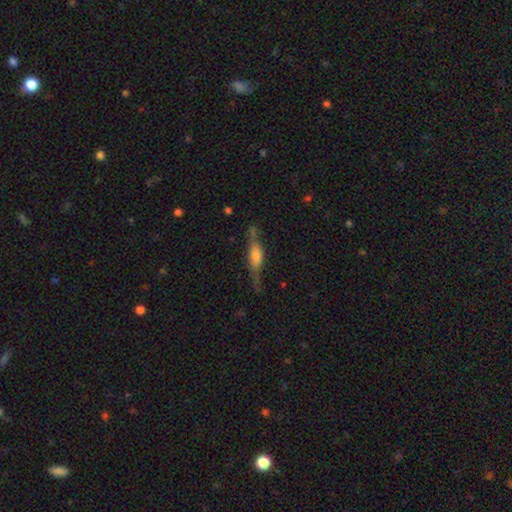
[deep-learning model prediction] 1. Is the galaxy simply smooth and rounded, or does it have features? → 63% featured or disk, 30% smooth, 7% star or artifact.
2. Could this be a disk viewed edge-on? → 91% yes, 9% no.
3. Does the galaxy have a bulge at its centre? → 64% rounded, 29% boxy, 7% none.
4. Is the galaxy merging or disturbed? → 70% none, 20% minor disturbance, 8% major disturbance, 3% merger.